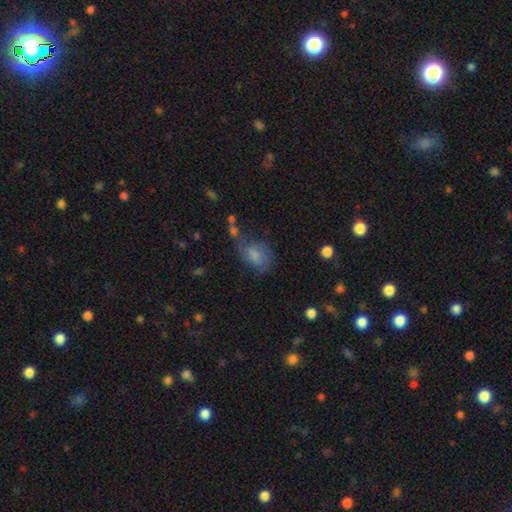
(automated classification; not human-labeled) smooth 66%, featured or disk 25%, star or artifact 9%. Down the decision tree: how rounded — in between (73%); merging — none (38%).